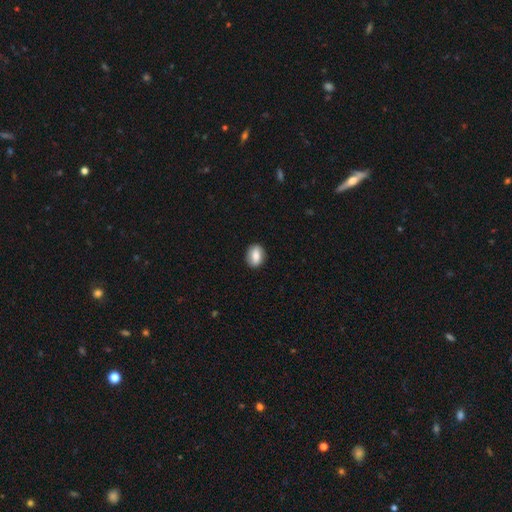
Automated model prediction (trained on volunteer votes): Smooth or featured? Predicted: smooth (p=0.78). How rounded? Predicted: in between (p=0.70). Merging? Predicted: none (p=0.87).